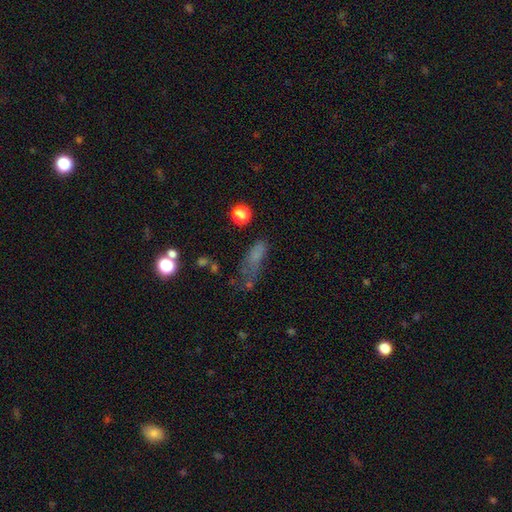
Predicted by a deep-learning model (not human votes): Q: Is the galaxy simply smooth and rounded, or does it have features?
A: smooth — 60%.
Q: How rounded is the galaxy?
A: in between — 52%.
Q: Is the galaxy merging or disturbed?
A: none — 35%.